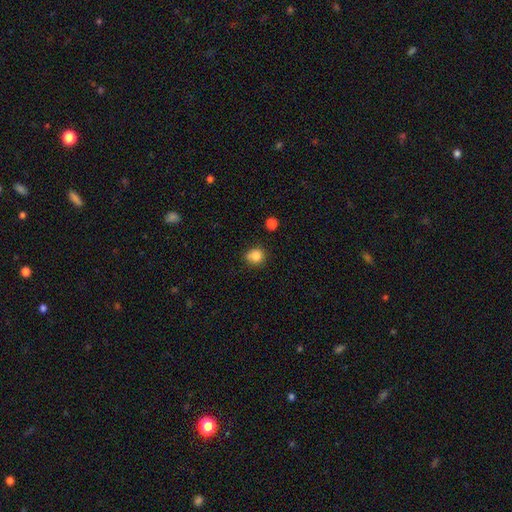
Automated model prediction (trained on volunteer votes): Overall: smooth (84%). How rounded: round (84%). Merging: none (74%).